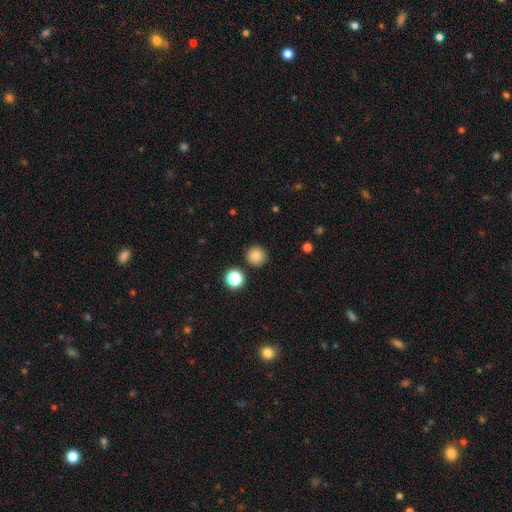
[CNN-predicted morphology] This appears to be a smooth galaxy with no disk features (82%) that is round (94%). Merging: none (88%).